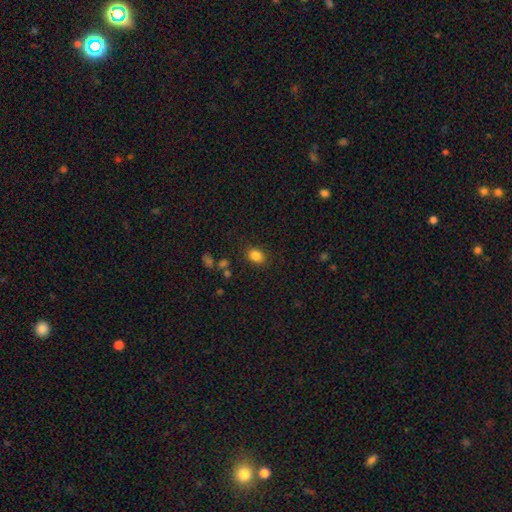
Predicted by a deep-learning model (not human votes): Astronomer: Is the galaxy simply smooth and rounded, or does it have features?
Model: smooth — 84%.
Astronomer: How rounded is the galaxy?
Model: in between — 55% (runner-up: round, 44%).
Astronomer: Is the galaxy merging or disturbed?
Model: none — 85%.